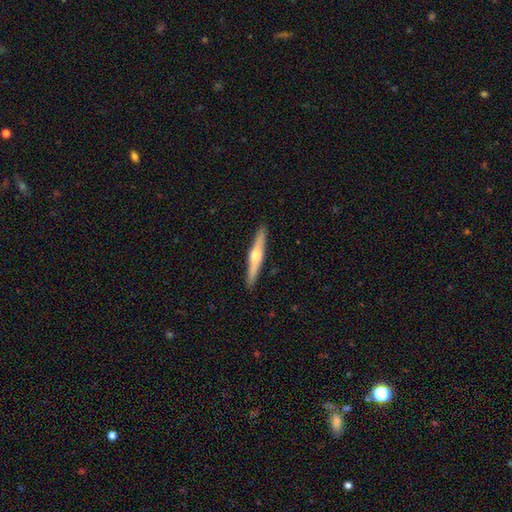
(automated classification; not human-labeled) The model was most divided on "smooth or featured": featured or disk: 65%, smooth: 30%, star or artifact: 5%. More confident: edge-on disk — yes (98%); edge-on bulge — rounded (92%); merging — none (92%).